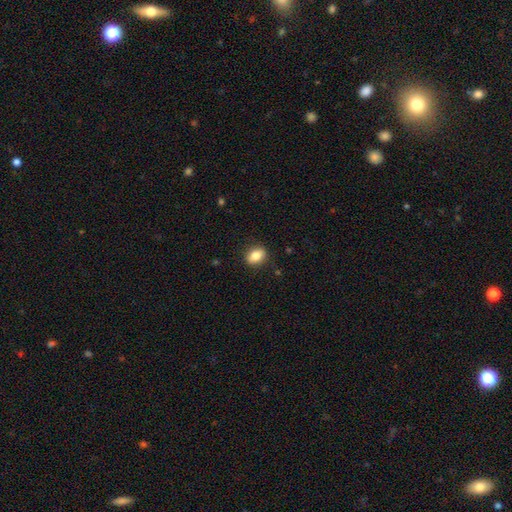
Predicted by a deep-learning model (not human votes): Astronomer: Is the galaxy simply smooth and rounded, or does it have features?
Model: smooth — 83%.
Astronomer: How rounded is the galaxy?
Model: in between — 73%.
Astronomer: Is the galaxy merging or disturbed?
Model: none — 87%.